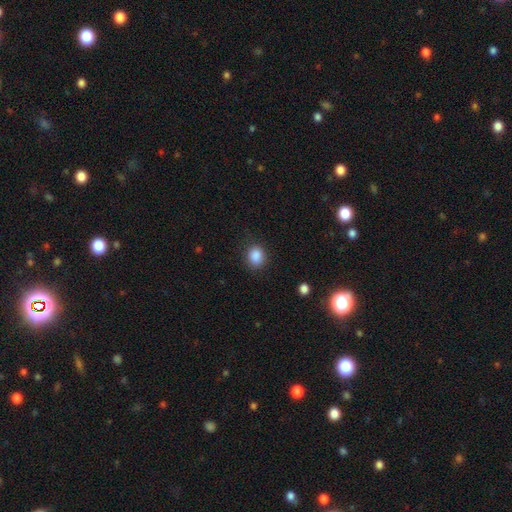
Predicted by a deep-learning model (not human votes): A smooth galaxy with no disk features (87%) that is round (59%).

Vote fractions:
- Smooth or featured? smooth: 87% / star or artifact: 9% / featured or disk: 3%
- How rounded? round: 59% / in between: 40% / cigar-shaped: 1%
- Merging? none: 85% / minor disturbance: 11% / major disturbance: 3% / merger: 1%